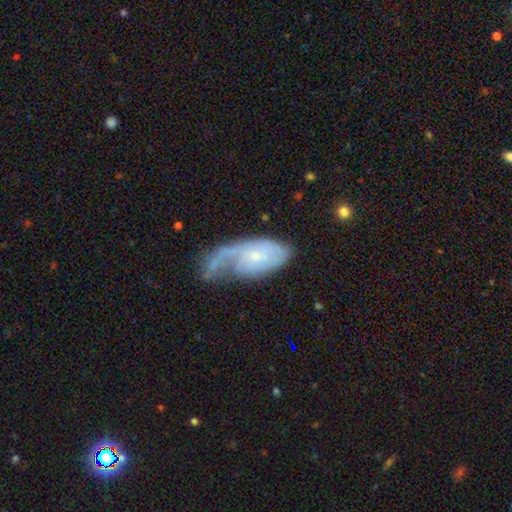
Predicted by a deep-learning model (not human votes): A featured or disk galaxy (67%) with no bar (72%), 1 (54%) tight (34%, tied with medium) spiral arms (83%) and a small central bulge (72%). Merging: major disturbance (35%).